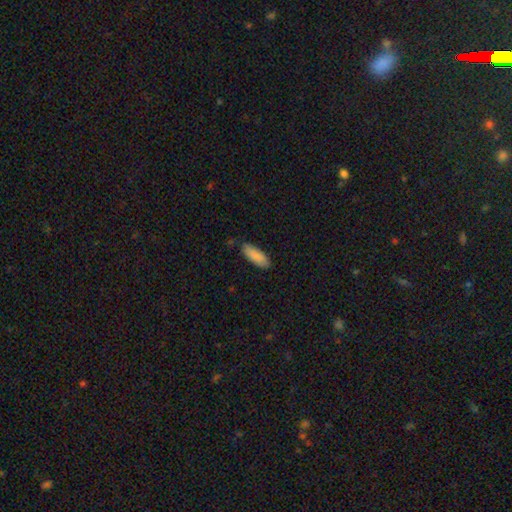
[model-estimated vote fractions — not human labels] Smooth or featured? smooth (88%)
How rounded? in between (67%)
Merging? none (83%)